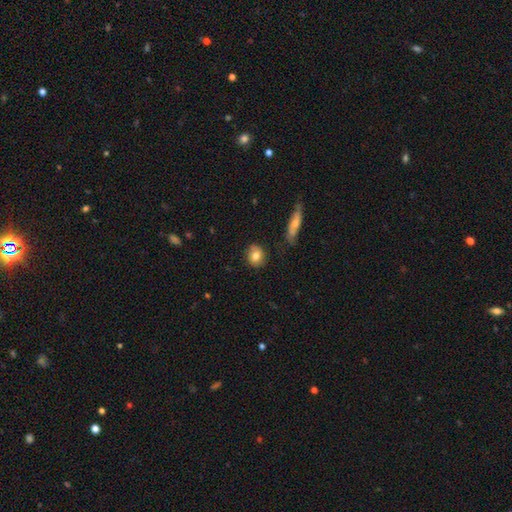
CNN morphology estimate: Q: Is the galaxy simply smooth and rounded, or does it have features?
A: smooth — 78%.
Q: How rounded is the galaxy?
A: round — 66%.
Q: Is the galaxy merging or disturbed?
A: none — 82%.